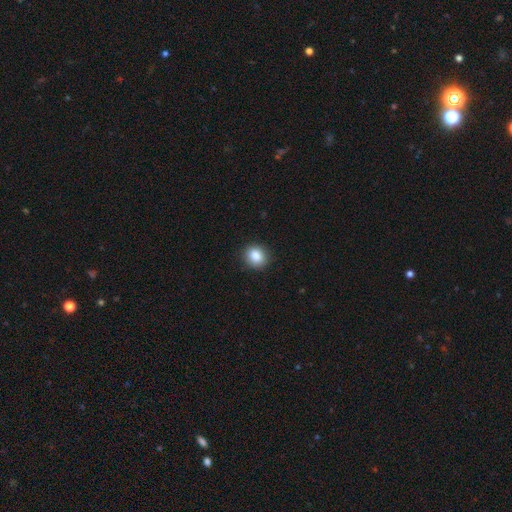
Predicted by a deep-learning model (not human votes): The model was most divided on "how rounded": round: 76%, in between: 24%, cigar-shaped: 1%. More confident: merging — none (90%); smooth or featured — smooth (86%).